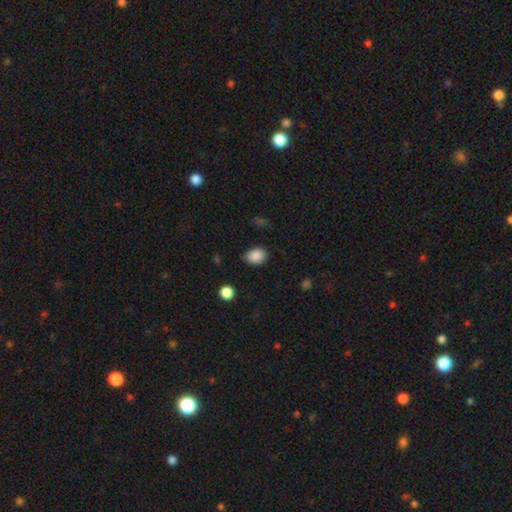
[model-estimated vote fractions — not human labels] Smooth or featured? smooth (88%)
How rounded? in between (73%)
Merging? none (80%)